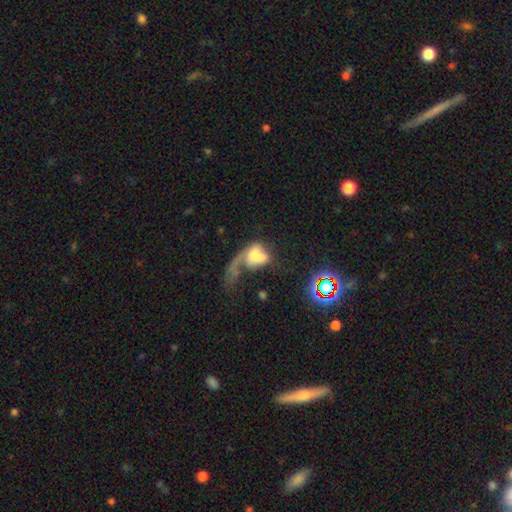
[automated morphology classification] Q: Smooth or featured?
A: smooth (46%); runner-up: featured or disk (43%)
Q: Merging?
A: major disturbance (61%); runner-up: merger (15%)